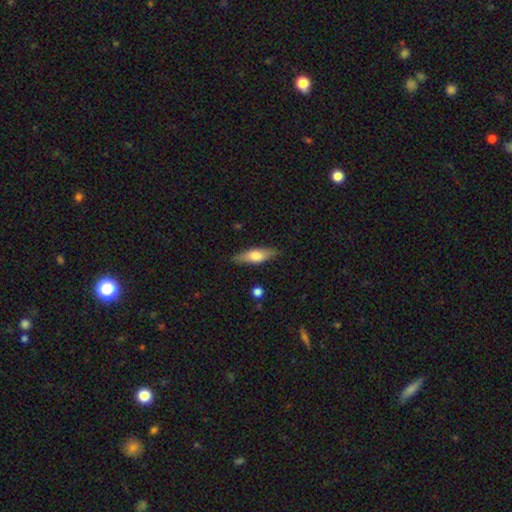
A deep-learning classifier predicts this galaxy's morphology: smooth_or_featured: smooth (p=0.57) [alt: featured or disk p=0.37]
how_rounded: cigar-shaped (p=0.50) [alt: in between p=0.47]
merging: none (p=0.85) [alt: minor disturbance p=0.11]